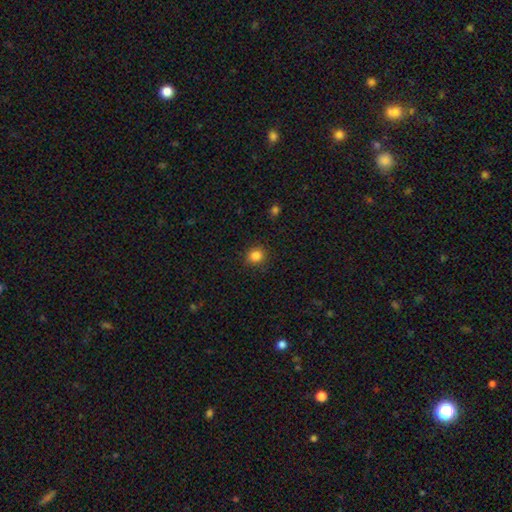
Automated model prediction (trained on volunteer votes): Smooth or featured? smooth (84%)
How rounded? round (82%)
Merging? none (89%)